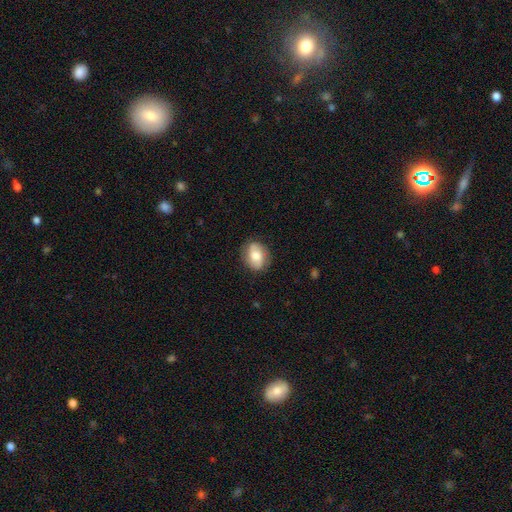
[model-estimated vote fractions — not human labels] Smooth or featured?
  - smooth: 62% *
  - featured or disk: 31%
  - star or artifact: 8%
How rounded?
  - in between: 62% *
  - round: 36%
  - cigar-shaped: 1%
Merging?
  - none: 80% *
  - minor disturbance: 15%
  - major disturbance: 4%
  - merger: 1%